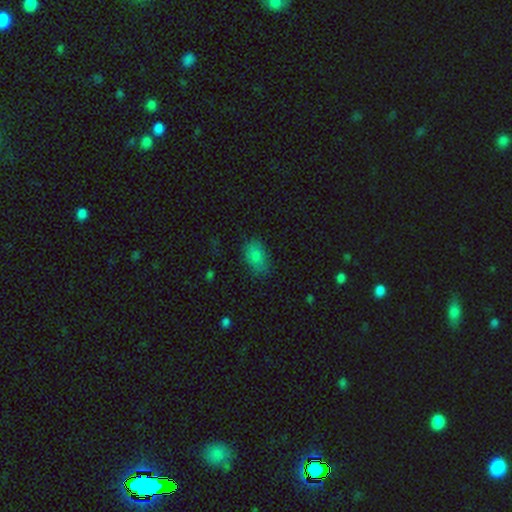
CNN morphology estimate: smooth-or-featured: smooth: 83% | star or artifact: 10% | featured or disk: 8%
  how-rounded: in between: 86% | round: 13% | cigar-shaped: 1%
  merging: none: 71% | minor disturbance: 21% | major disturbance: 6% | merger: 1%